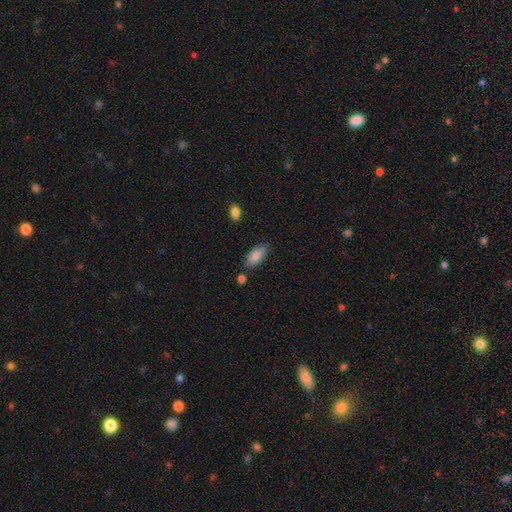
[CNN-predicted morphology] smooth_or_featured: smooth (p=0.86) [alt: featured or disk p=0.08]
how_rounded: in between (p=0.85) [alt: cigar-shaped p=0.12]
merging: none (p=0.75) [alt: minor disturbance p=0.17]